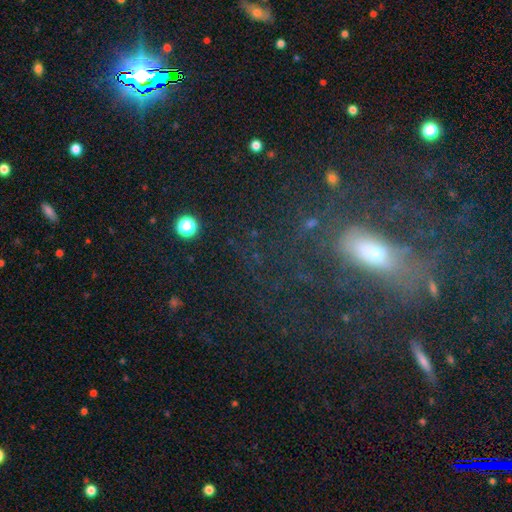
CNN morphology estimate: This is marginally a star or artifact rather than a galaxy (38%).